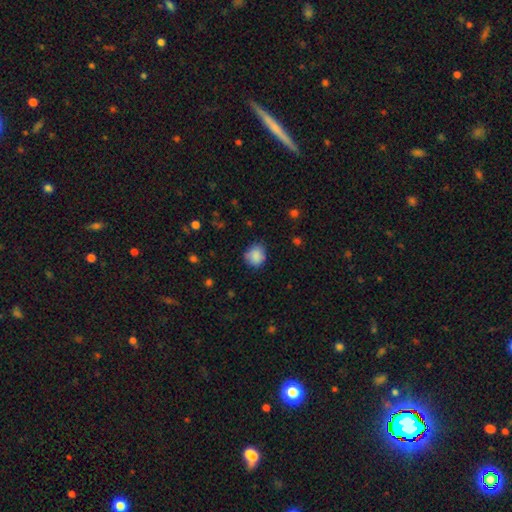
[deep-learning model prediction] smooth 85%, star or artifact 9%, featured or disk 6%. Down the decision tree: how rounded — round (75%); merging — none (73%).